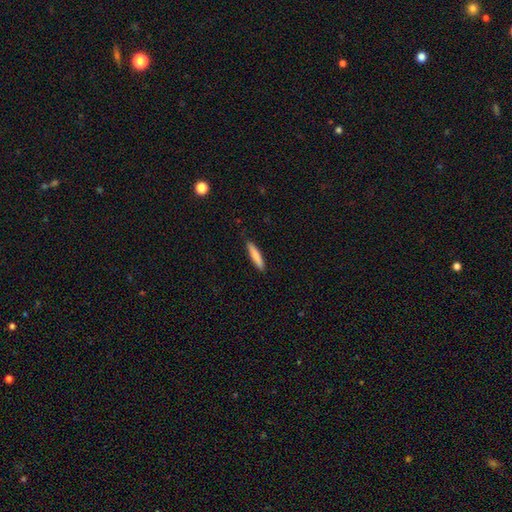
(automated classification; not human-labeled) A smooth galaxy with no disk features (79%) that is cigar-shaped (89%).

Vote fractions:
- Smooth or featured? smooth: 79% / featured or disk: 16% / star or artifact: 6%
- How rounded? cigar-shaped: 89% / in between: 10% / round: 1%
- Merging? none: 88% / minor disturbance: 9% / major disturbance: 2% / merger: 1%